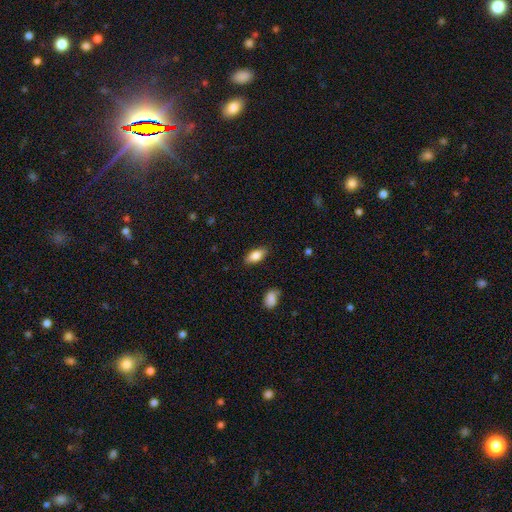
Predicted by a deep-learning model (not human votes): This is clearly a smooth galaxy (81%). How rounded: clearly in between (85%). Merging: clearly none (84%).